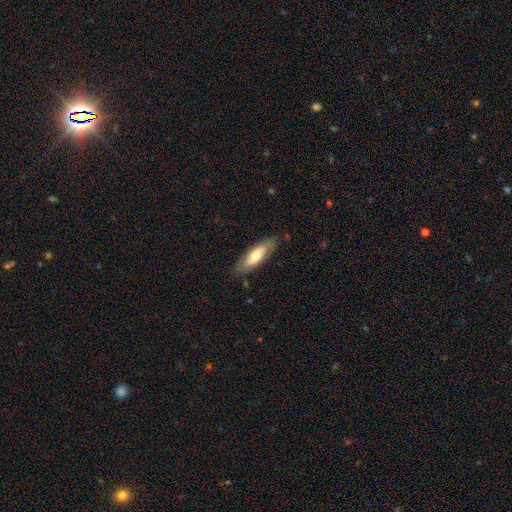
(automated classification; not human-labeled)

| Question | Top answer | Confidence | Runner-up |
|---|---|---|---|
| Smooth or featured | smooth | 62% | featured or disk (32%) |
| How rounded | in between | 54% | cigar-shaped (44%) |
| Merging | none | 81% | minor disturbance (15%) |